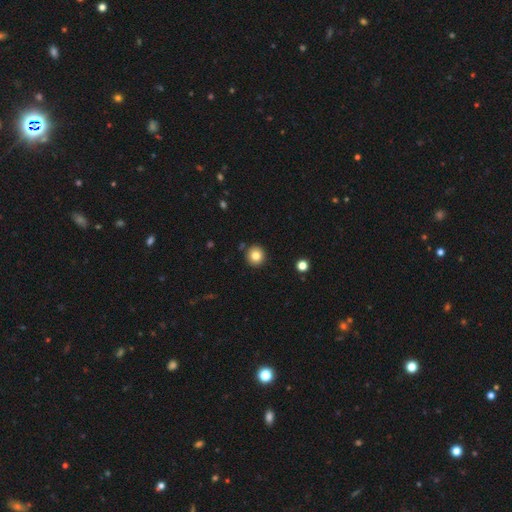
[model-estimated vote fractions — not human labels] Smooth or featured? smooth (82%)
How rounded? round (94%)
Merging? none (90%)